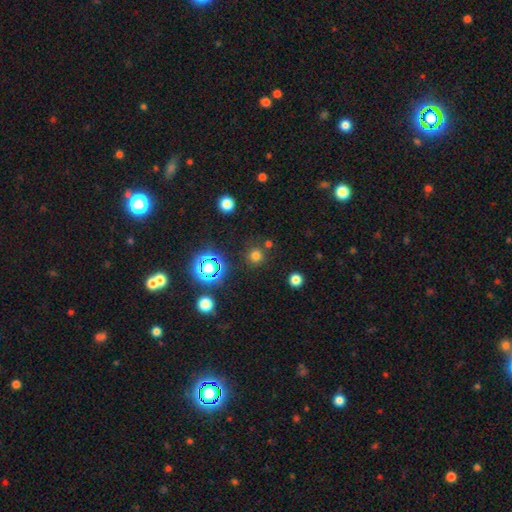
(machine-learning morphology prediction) smooth 68%, star or artifact 25%, featured or disk 7%. Down the decision tree: how rounded — round (94%); merging — none (84%).